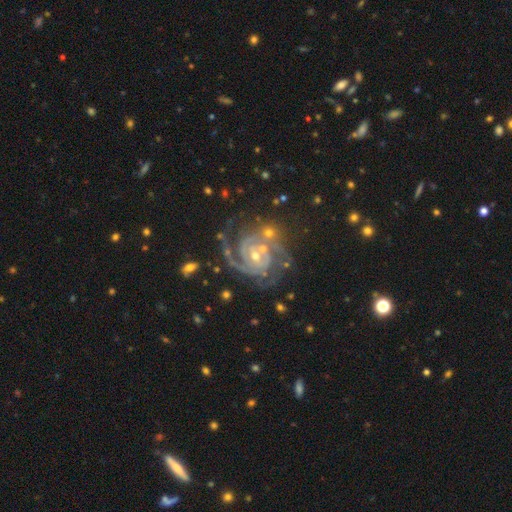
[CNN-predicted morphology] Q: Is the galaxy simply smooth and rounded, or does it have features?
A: featured or disk — 91%.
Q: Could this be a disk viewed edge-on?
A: no — 98%.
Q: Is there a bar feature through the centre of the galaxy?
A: no — 60%.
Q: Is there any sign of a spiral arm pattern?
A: yes — 98%.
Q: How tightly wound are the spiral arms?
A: tight — 68%.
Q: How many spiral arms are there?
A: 2 — 44%.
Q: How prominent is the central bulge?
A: small — 59%.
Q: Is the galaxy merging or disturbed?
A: none — 63%.